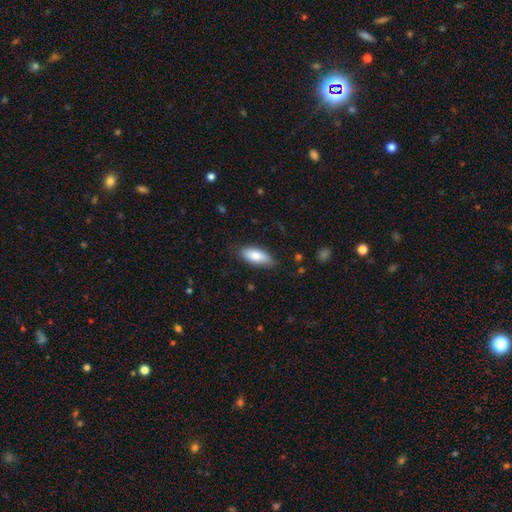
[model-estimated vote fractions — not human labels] A smooth galaxy with no disk features (80%) that is in between round and cigar-shaped (81%). Merging: none (79%).